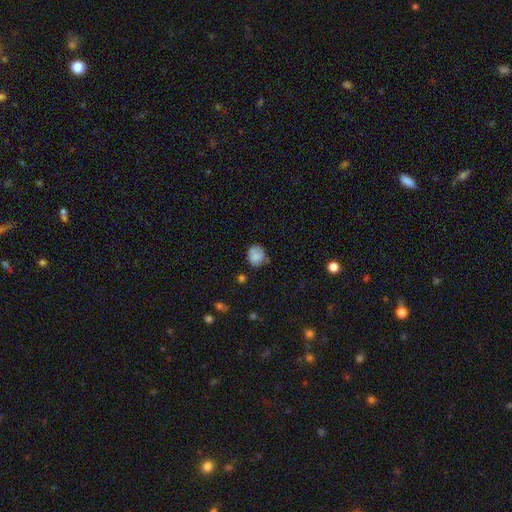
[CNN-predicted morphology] Q: Smooth or featured?
A: smooth (84%); runner-up: star or artifact (9%)
Q: How rounded?
A: round (69%); runner-up: in between (30%)
Q: Merging?
A: none (65%); runner-up: minor disturbance (27%)